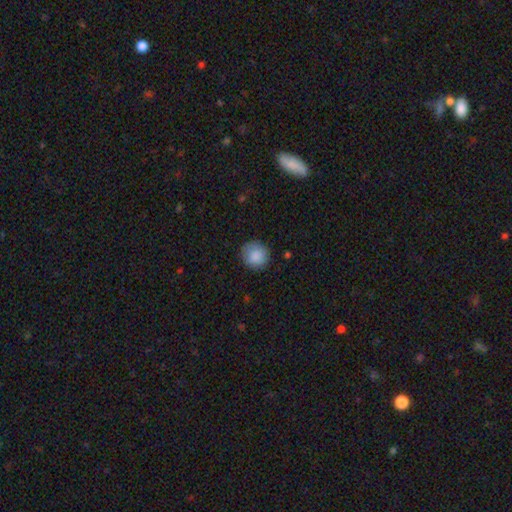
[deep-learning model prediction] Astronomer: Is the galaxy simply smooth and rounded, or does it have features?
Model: smooth — 87%.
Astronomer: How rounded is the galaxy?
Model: round — 90%.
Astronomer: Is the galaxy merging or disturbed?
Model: none — 84%.